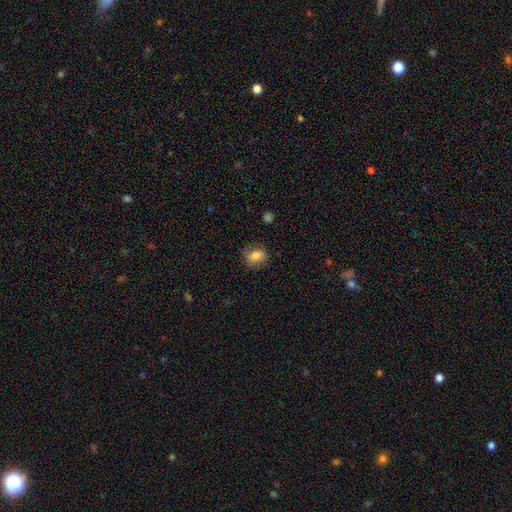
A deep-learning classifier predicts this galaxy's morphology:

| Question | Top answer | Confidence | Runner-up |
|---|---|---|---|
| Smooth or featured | smooth | 80% | featured or disk (11%) |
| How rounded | in between | 54% | round (45%) |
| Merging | none | 76% | minor disturbance (18%) |